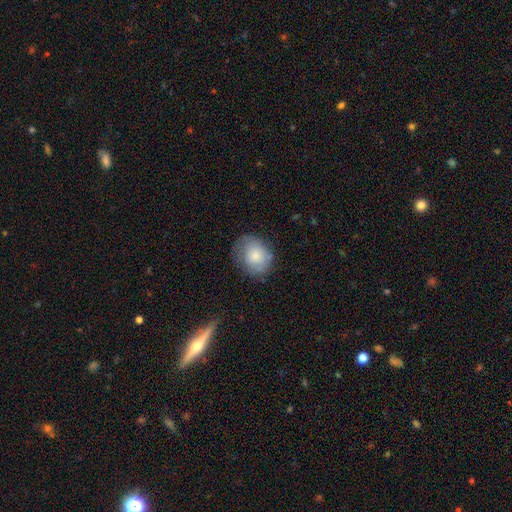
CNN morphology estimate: Overall: smooth (75%). How rounded: round (57%; in between 43%). Merging: none (62%; minor disturbance 26%).